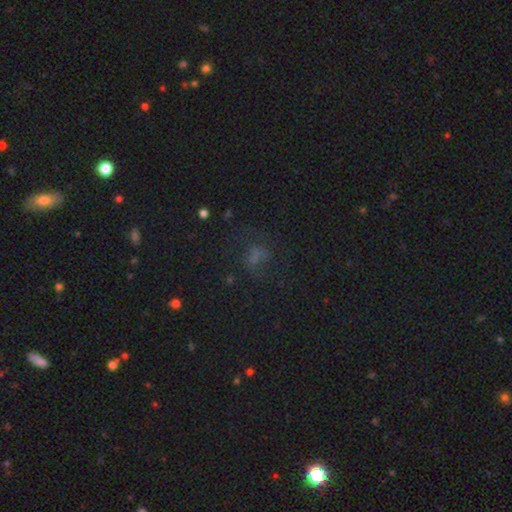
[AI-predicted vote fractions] Smooth or featured? smooth (42%)
Merging? none (52%)